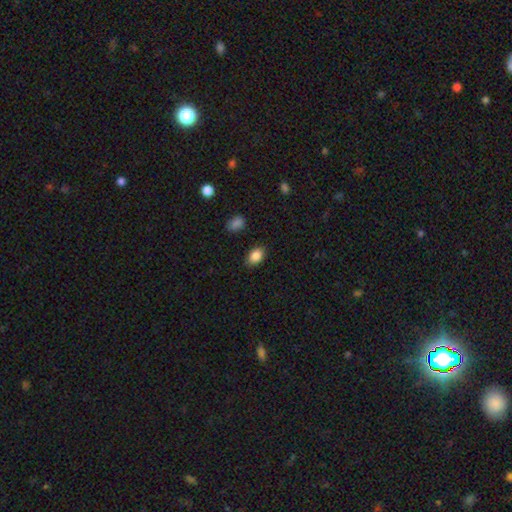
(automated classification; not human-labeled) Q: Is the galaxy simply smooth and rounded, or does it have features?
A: smooth — 87%.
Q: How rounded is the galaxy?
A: in between — 83%.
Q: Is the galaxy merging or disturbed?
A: none — 85%.